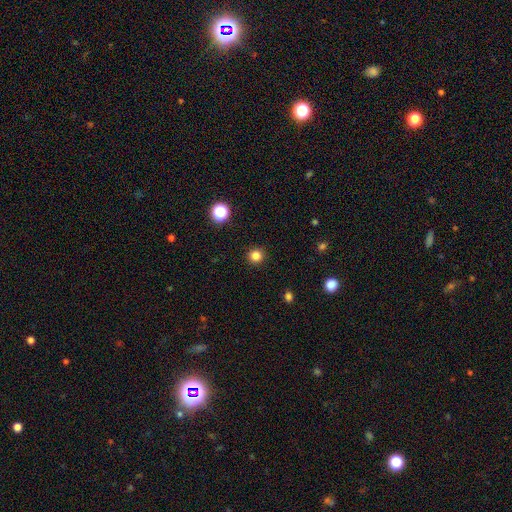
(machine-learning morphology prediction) smooth 83%, star or artifact 13%, featured or disk 4%. Down the decision tree: how rounded — round (95%); merging — none (93%).